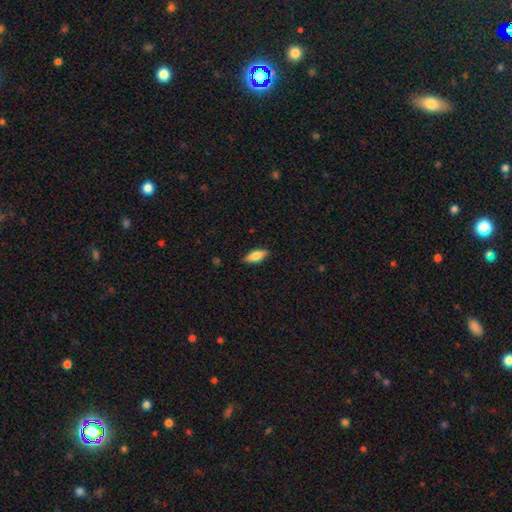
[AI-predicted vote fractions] smooth 69%, featured or disk 25%, star or artifact 7%. Down the decision tree: how rounded — in between (73%); merging — none (86%).